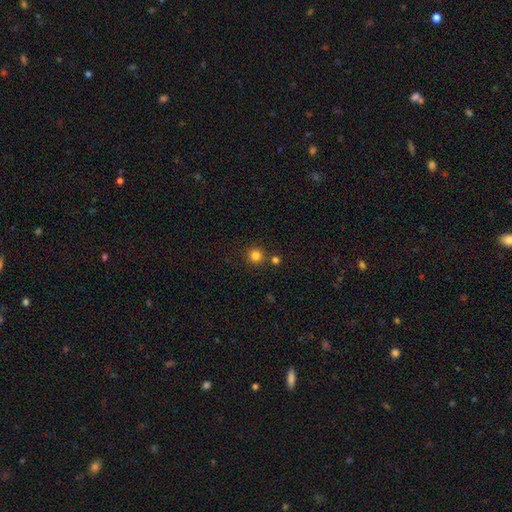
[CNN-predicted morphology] smooth_or_featured: smooth (p=0.81) [alt: star or artifact p=0.14]
how_rounded: round (p=0.95) [alt: in between p=0.04]
merging: none (p=0.81) [alt: merger p=0.10]